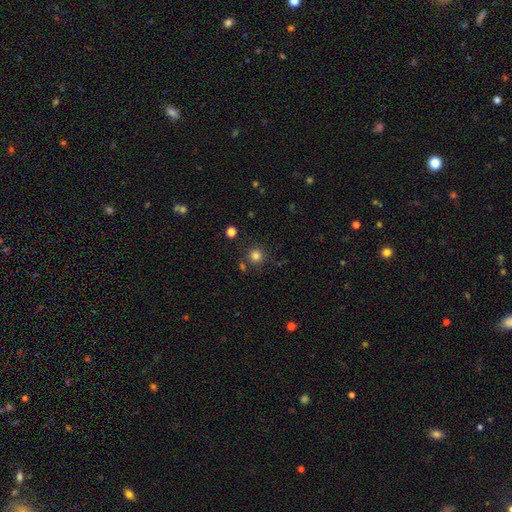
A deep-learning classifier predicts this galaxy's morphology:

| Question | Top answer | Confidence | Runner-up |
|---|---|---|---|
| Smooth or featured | smooth | 81% | star or artifact (14%) |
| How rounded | round | 94% | in between (5%) |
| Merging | none | 83% | minor disturbance (8%) |